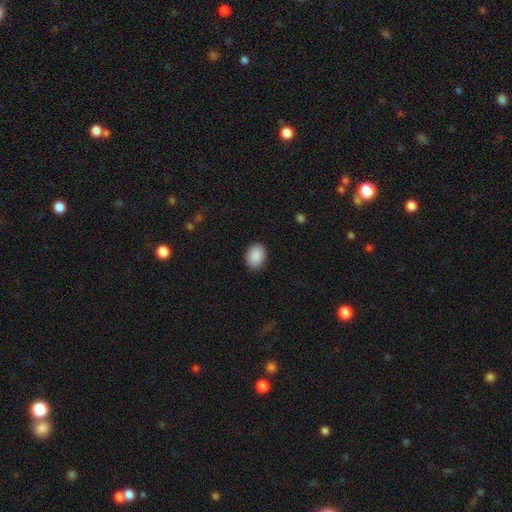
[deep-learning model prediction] This appears to be a smooth galaxy with no disk features (90%) that is in between round and cigar-shaped (67%). Merging: none (89%).